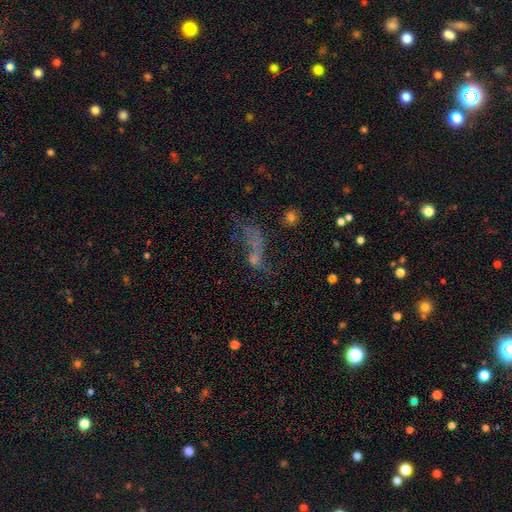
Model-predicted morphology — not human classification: Smooth or featured?
  - featured or disk: 39% *
  - smooth: 34%
  - star or artifact: 27%
Merging?
  - major disturbance: 39% *
  - none: 29%
  - merger: 19%
  - minor disturbance: 13%